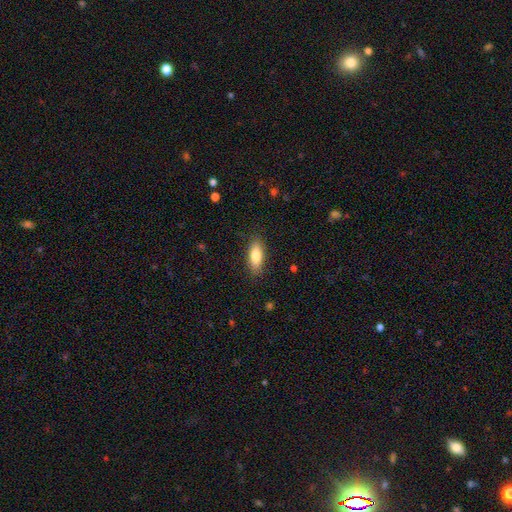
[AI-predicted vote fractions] A smooth galaxy with no disk features (79%) that is in between round and cigar-shaped (76%). Merging: none (87%).